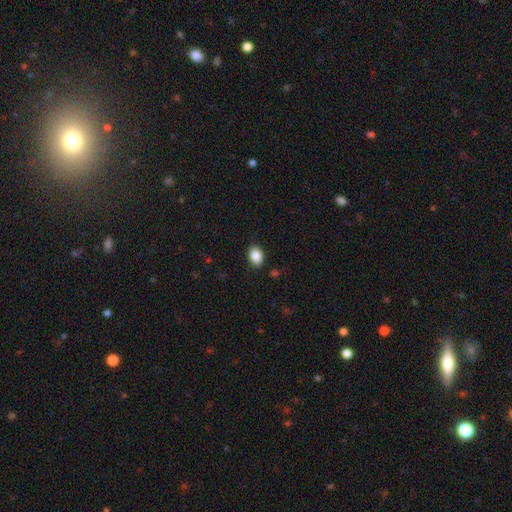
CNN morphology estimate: Q: Smooth or featured?
A: smooth (87%); runner-up: star or artifact (8%)
Q: How rounded?
A: in between (83%); runner-up: round (16%)
Q: Merging?
A: none (88%); runner-up: minor disturbance (9%)